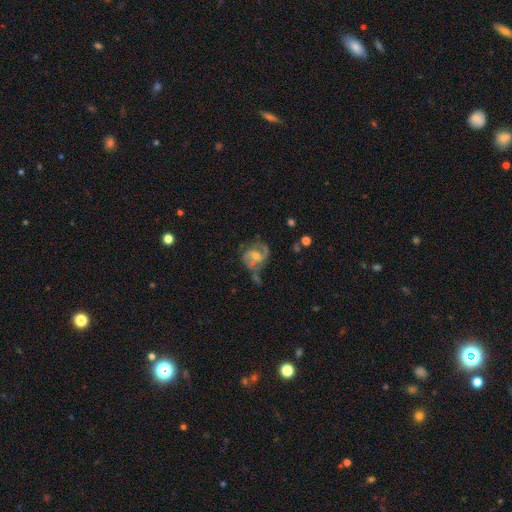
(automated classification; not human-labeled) This is likely a featured or disk galaxy (80%). It is clearly not viewed edge-on (98%). Bar: possibly weak (48%). Spiral arm pattern: clearly yes (92%). Spiral arm count: clearly 2 (82%). Spiral winding: possibly medium (52%). Central bulge: possibly moderate (54%). Merging: marginally none (45%).